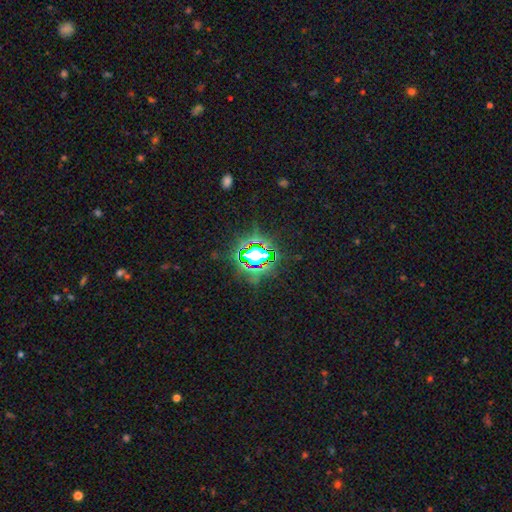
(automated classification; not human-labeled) Morphology: type=star or artifact (81%).